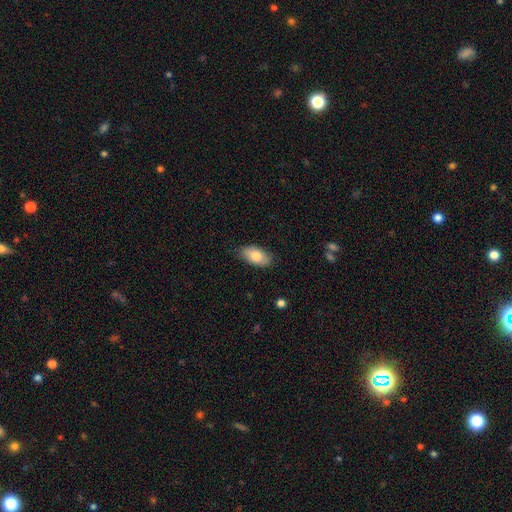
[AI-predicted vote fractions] smooth 81%, featured or disk 13%, star or artifact 6%. Down the decision tree: how rounded — in between (94%); merging — none (82%).